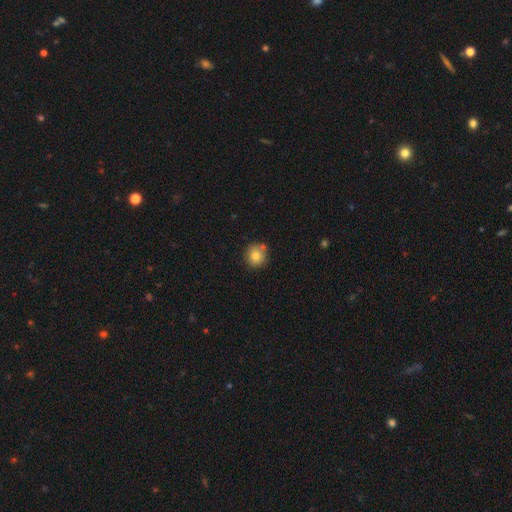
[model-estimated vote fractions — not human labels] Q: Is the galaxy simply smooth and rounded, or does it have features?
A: smooth — 78%.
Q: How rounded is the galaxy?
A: round — 91%.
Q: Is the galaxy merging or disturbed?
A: none — 73%.